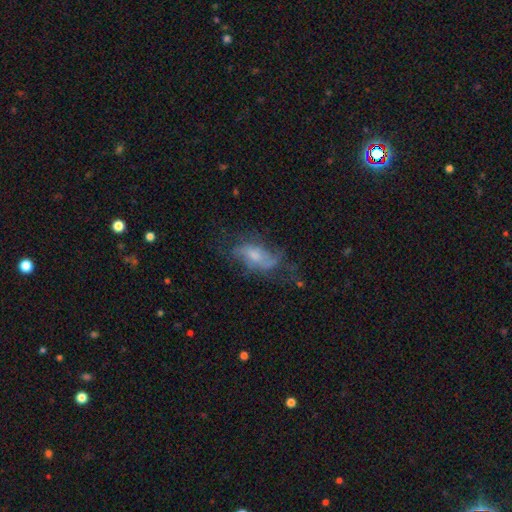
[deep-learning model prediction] A featured or disk galaxy (57%) with no bar (62%), spiral arms (72%) and a moderate central bulge (47%). Merging: none (47%).